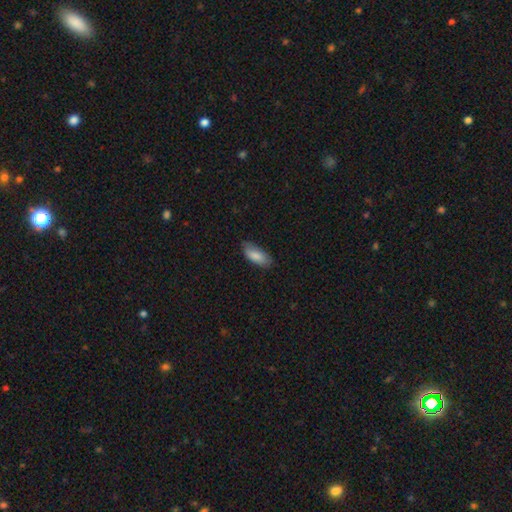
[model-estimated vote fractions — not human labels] smooth_or_featured: smooth (p=0.84) [alt: featured or disk p=0.10]
how_rounded: in between (p=0.80) [alt: cigar-shaped p=0.18]
merging: none (p=0.74) [alt: minor disturbance p=0.21]